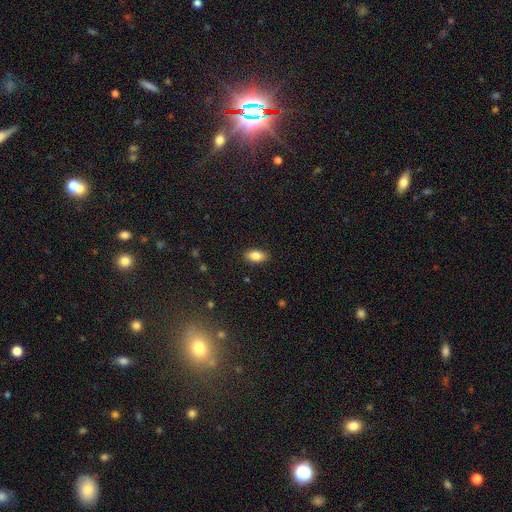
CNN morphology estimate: smooth 85%, star or artifact 8%, featured or disk 7%. Down the decision tree: how rounded — in between (92%); merging — none (88%).